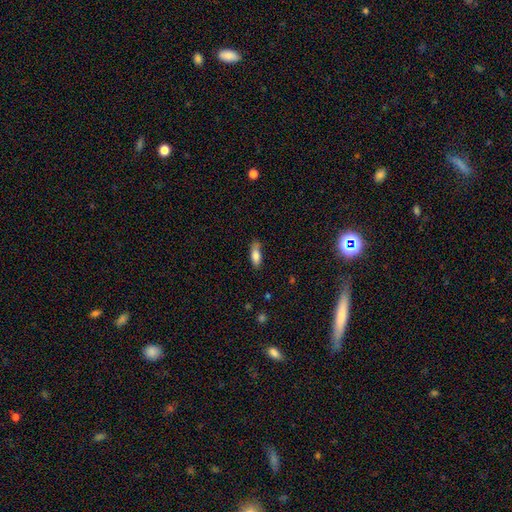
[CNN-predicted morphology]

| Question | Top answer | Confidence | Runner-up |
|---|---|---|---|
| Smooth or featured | smooth | 80% | featured or disk (12%) |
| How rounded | in between | 72% | cigar-shaped (26%) |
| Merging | none | 65% | minor disturbance (27%) |